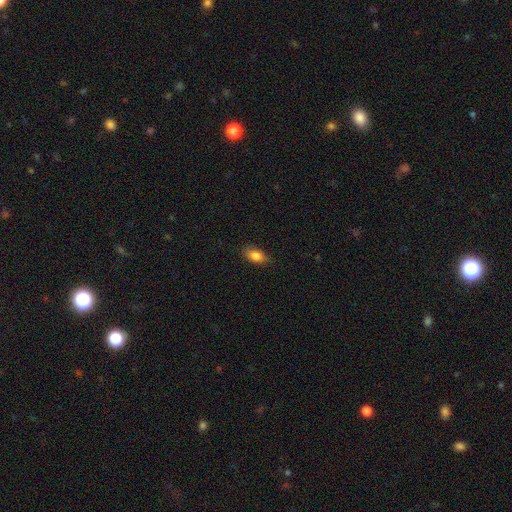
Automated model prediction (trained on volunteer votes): Overall: smooth (84%). How rounded: in between (88%). Merging: none (83%).